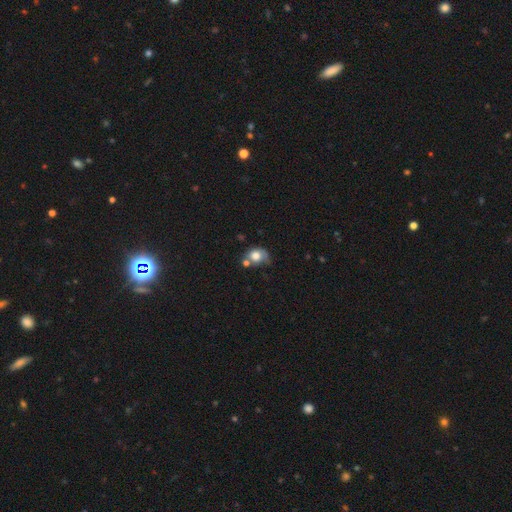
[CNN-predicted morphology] Smooth or featured? Predicted: smooth (p=0.71). How rounded? Predicted: round (p=0.58). Merging? Predicted: none (p=0.34).